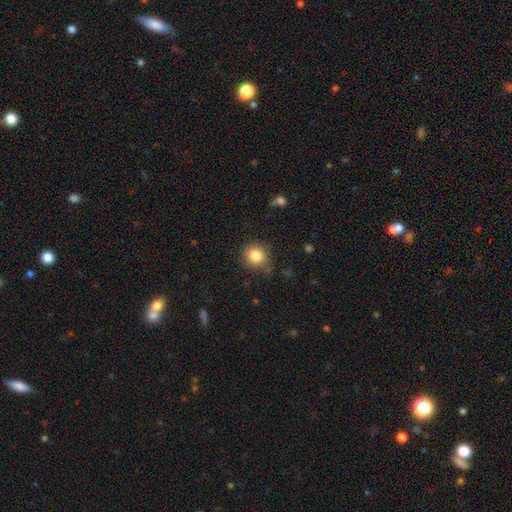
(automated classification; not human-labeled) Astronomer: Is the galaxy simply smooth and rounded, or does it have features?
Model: smooth — 83%.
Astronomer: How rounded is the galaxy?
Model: round — 88%.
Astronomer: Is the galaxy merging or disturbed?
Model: none — 83%.